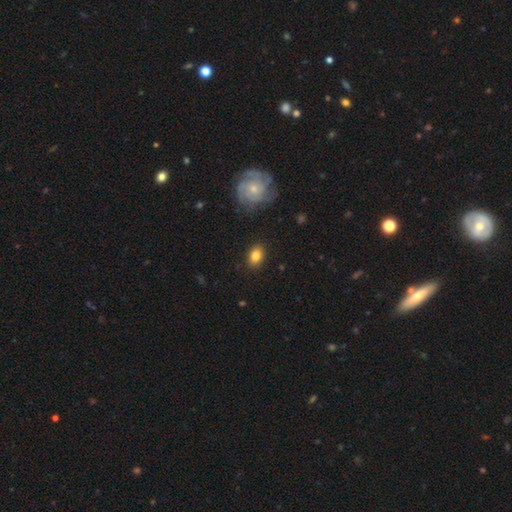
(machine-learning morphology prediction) This is clearly a smooth galaxy (83%). How rounded: likely in between (74%). Merging: clearly none (87%).